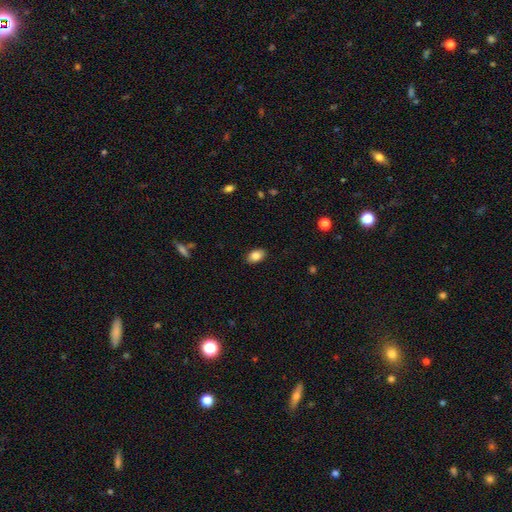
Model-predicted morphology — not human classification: smooth_or_featured: smooth (p=0.86) [alt: star or artifact p=0.08]
how_rounded: in between (p=0.90) [alt: round p=0.08]
merging: none (p=0.88) [alt: minor disturbance p=0.09]